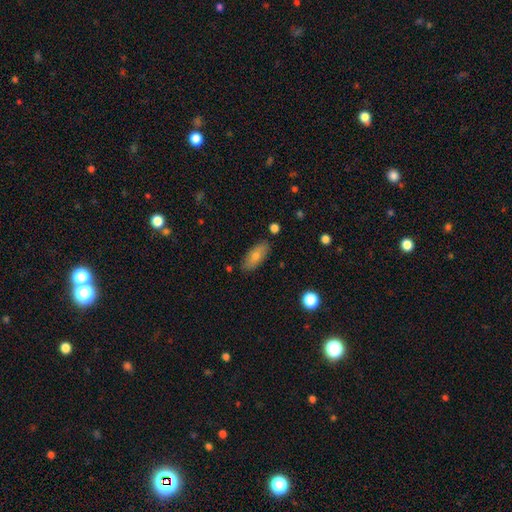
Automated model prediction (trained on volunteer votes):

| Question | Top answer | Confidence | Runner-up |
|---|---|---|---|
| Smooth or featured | smooth | 74% | featured or disk (20%) |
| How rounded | in between | 84% | cigar-shaped (12%) |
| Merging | none | 83% | minor disturbance (13%) |